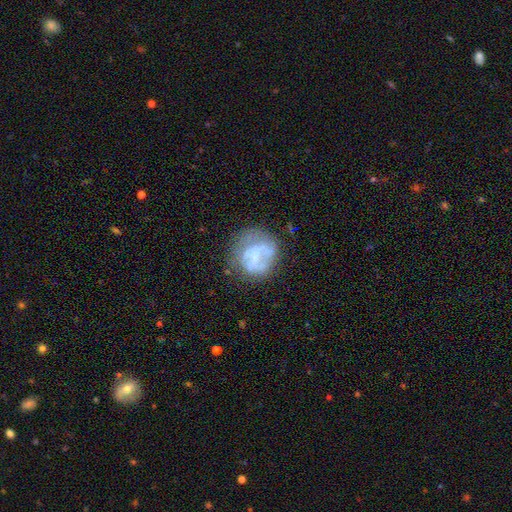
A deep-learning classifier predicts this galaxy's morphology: type=featured or disk (53%); edge-on=no (98%); bar=no (65%); spiral arms=no (63%); bulge=none (50%); merging=none (52%).